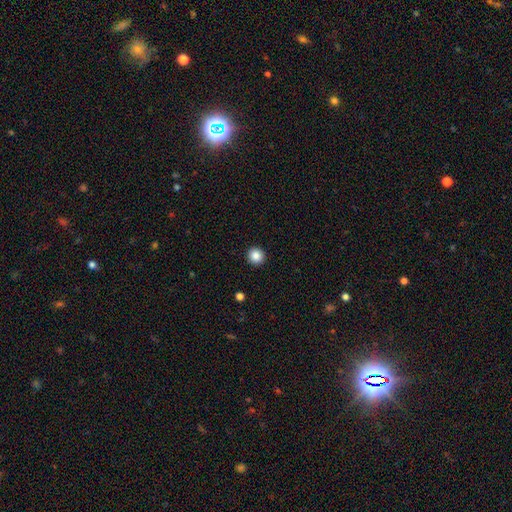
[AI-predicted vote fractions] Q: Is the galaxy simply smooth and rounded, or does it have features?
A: smooth — 87%.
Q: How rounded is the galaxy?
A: round — 94%.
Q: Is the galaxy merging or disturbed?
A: none — 93%.